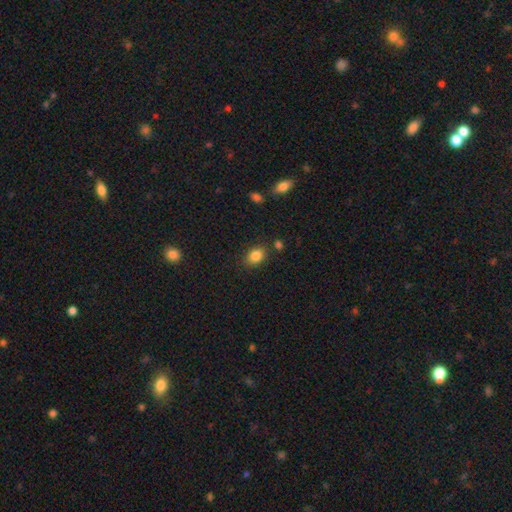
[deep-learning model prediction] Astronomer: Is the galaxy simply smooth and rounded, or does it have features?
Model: smooth — 85%.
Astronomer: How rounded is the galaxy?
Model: in between — 70%.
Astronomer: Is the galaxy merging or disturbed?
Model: none — 81%.